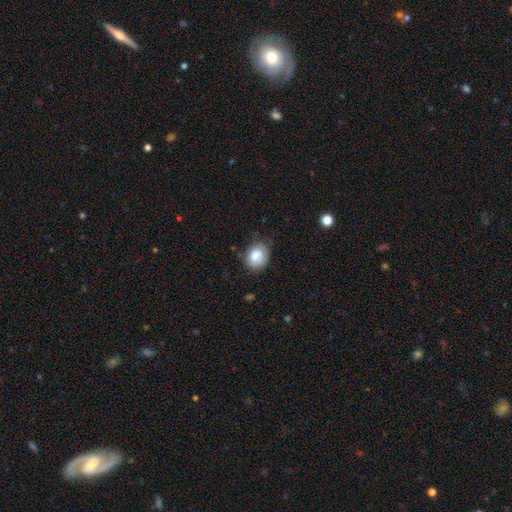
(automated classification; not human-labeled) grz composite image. It shows a smooth galaxy with no disk features (81%) that is round (50%). Merging: none (72%).